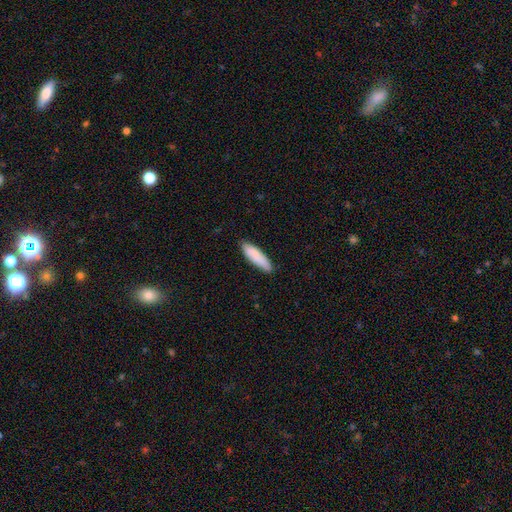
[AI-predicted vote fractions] Q: Smooth or featured?
A: smooth (87%); runner-up: featured or disk (8%)
Q: How rounded?
A: cigar-shaped (60%); runner-up: in between (39%)
Q: Merging?
A: none (84%); runner-up: minor disturbance (13%)